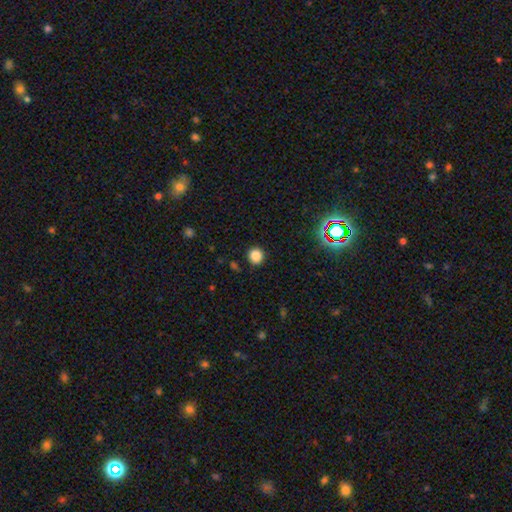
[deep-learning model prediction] smooth_or_featured: smooth (p=0.84) [alt: star or artifact p=0.13]
how_rounded: round (p=0.90) [alt: in between p=0.09]
merging: none (p=0.90) [alt: minor disturbance p=0.07]